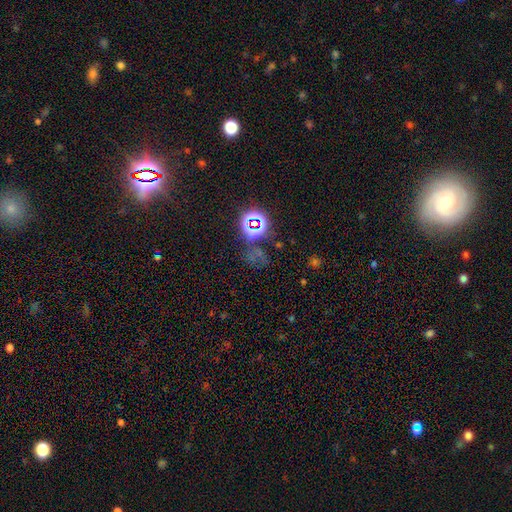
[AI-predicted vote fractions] The model was most divided on "smooth or featured": star or artifact: 74%, smooth: 17%, featured or disk: 10%.